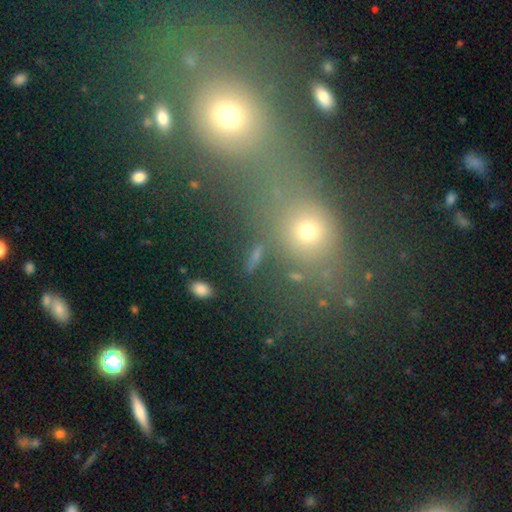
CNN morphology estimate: The model was most divided on "how rounded": in between: 47%, cigar-shaped: 30%, round: 23%. More confident: merging — none (81%); smooth or featured — smooth (58%).